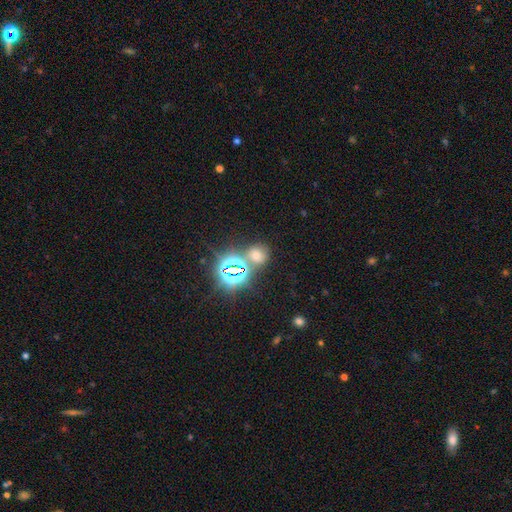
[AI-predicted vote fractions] Q: Smooth or featured?
A: star or artifact (55%); runner-up: smooth (37%)